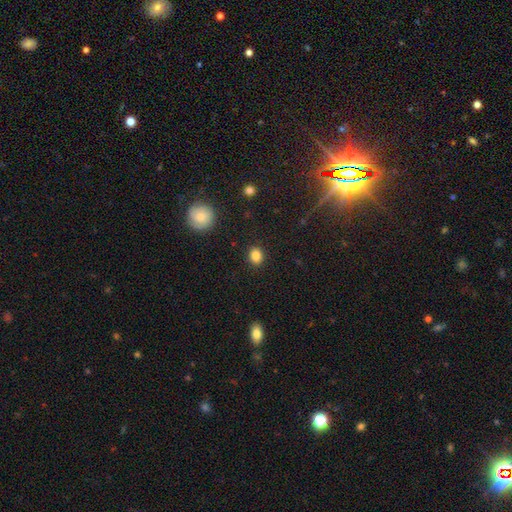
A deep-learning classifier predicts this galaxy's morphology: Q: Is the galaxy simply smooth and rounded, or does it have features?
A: smooth — 85%.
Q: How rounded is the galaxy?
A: round — 54%.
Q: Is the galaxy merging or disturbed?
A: none — 89%.